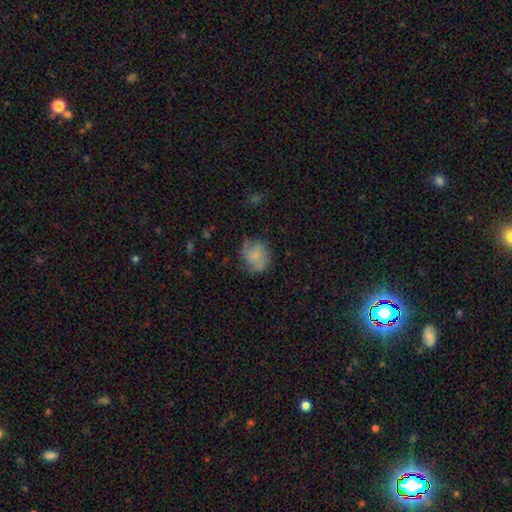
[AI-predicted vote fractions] Q: Smooth or featured?
A: smooth (60%); runner-up: featured or disk (31%)
Q: How rounded?
A: round (71%); runner-up: in between (28%)
Q: Merging?
A: none (61%); runner-up: minor disturbance (26%)